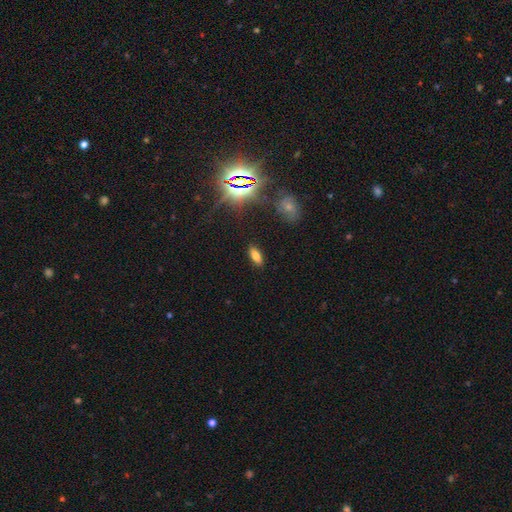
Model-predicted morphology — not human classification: Q: Smooth or featured?
A: smooth (69%); runner-up: star or artifact (19%)
Q: How rounded?
A: in between (80%); runner-up: cigar-shaped (16%)
Q: Merging?
A: none (88%); runner-up: minor disturbance (8%)